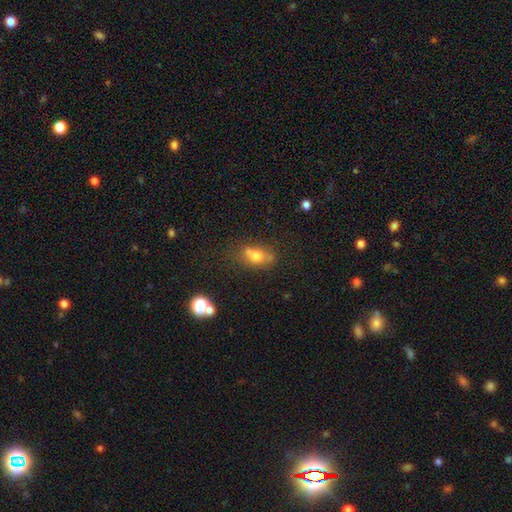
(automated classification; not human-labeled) smooth 67%, featured or disk 19%, star or artifact 14%. Down the decision tree: how rounded — in between (65%); merging — none (50%).